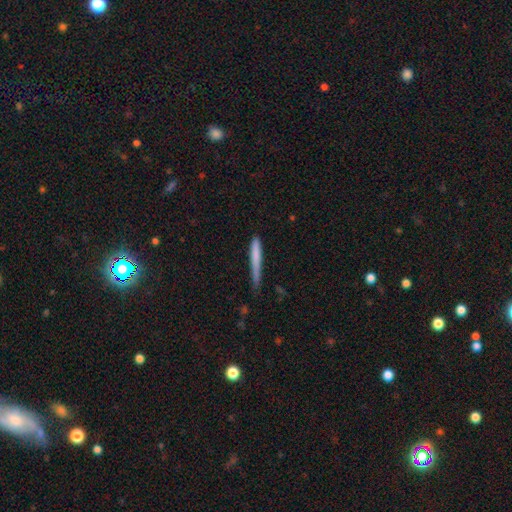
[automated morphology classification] Overall: smooth (73%). How rounded: cigar-shaped (96%). Merging: none (62%; minor disturbance 29%).